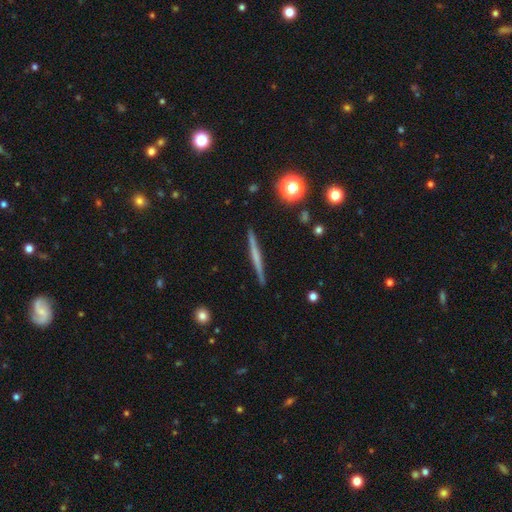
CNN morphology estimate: This is possibly a featured or disk galaxy (56%). It is clearly viewed edge-on (98%). Edge-on bulge: likely none (75%). Merging: clearly none (92%).